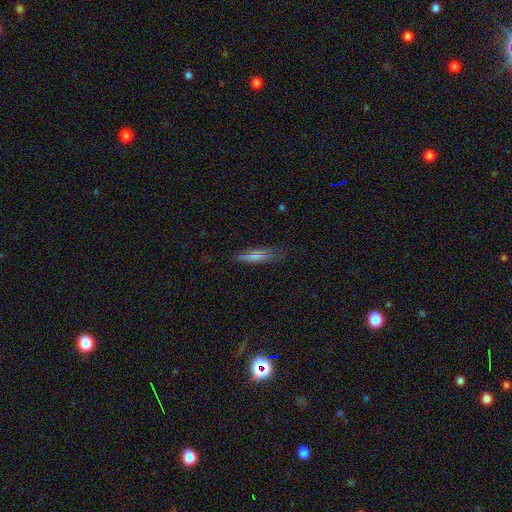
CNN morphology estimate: This appears to be a smooth galaxy with no disk features (63%) that is cigar-shaped (54%). Merging: none (78%).